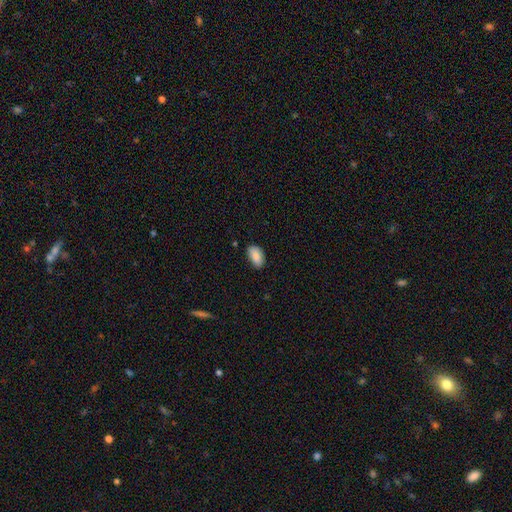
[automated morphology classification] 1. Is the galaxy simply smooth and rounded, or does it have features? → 88% smooth, 7% star or artifact, 6% featured or disk.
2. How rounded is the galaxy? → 94% in between, 4% round, 3% cigar-shaped.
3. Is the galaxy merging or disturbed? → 80% none, 16% minor disturbance, 3% major disturbance, 1% merger.